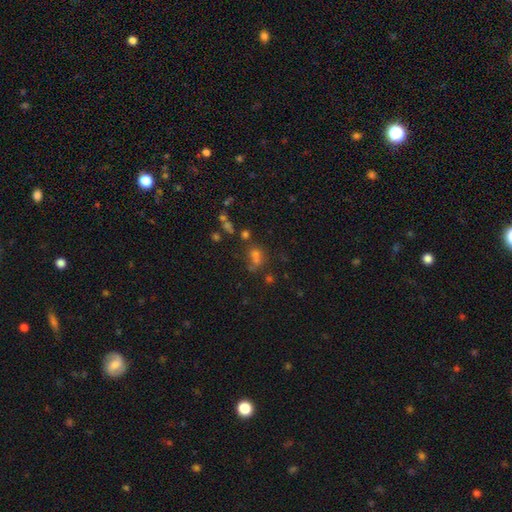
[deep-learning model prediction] A smooth galaxy with no disk features (46%).

Vote fractions:
- Smooth or featured? smooth: 46% / star or artifact: 38% / featured or disk: 16%
- Merging? none: 45% / merger: 31% / minor disturbance: 13% / major disturbance: 11%